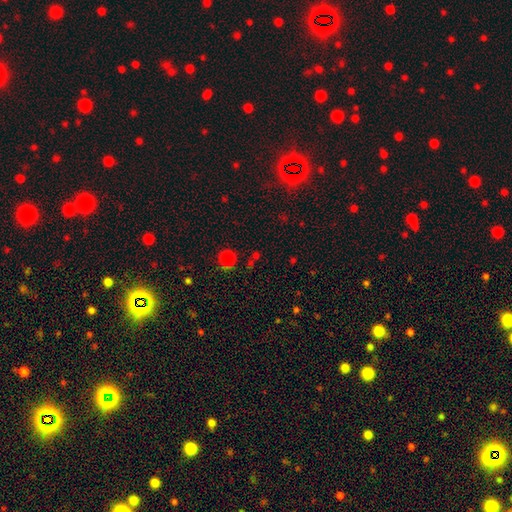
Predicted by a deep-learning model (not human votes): smooth_or_featured: smooth (p=0.63) [alt: star or artifact p=0.31]
how_rounded: round (p=0.84) [alt: in between p=0.14]
merging: none (p=0.73) [alt: minor disturbance p=0.12]